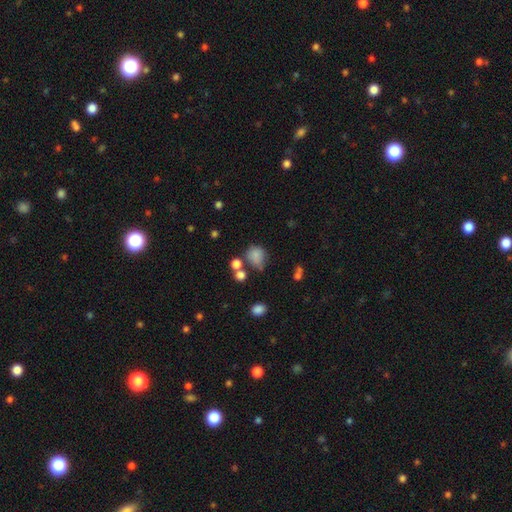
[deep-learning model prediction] Smooth or featured? Predicted: smooth (p=0.79). How rounded? Predicted: round (p=0.69). Merging? Predicted: none (p=0.49).